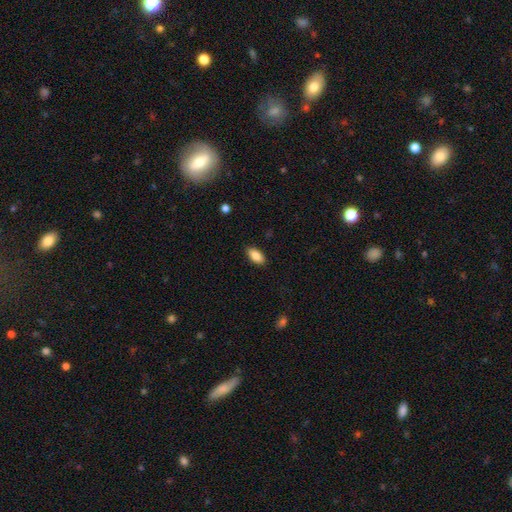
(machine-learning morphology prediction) Q: Smooth or featured?
A: smooth (87%); runner-up: star or artifact (7%)
Q: How rounded?
A: in between (92%); runner-up: cigar-shaped (5%)
Q: Merging?
A: none (88%); runner-up: minor disturbance (9%)